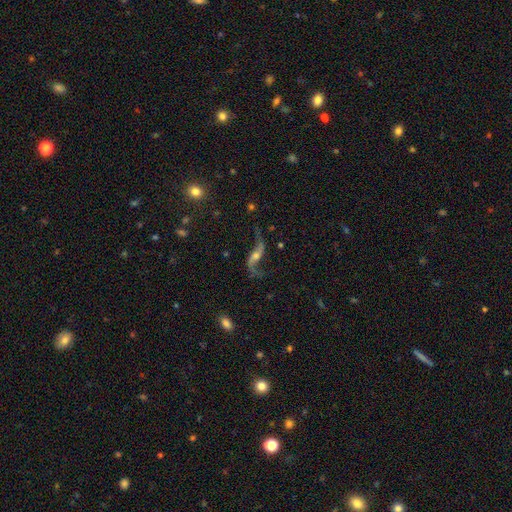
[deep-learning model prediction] Smooth or featured? featured or disk (87%)
Edge-on disk? no (90%)
Bar? no (45%)
Spiral arms? yes (96%)
Spiral winding? loose (92%)
Spiral arm count? 2 (93%)
Bulge size? small (43%)
Merging? none (72%)